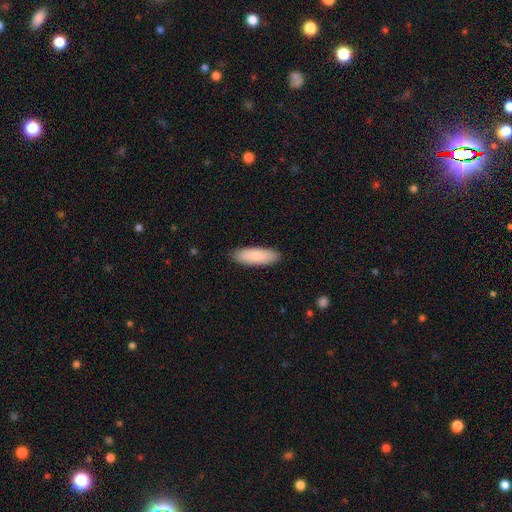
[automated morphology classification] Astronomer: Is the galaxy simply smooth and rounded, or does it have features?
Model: smooth — 87%.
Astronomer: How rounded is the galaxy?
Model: in between — 63%.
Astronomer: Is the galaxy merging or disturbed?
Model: none — 89%.